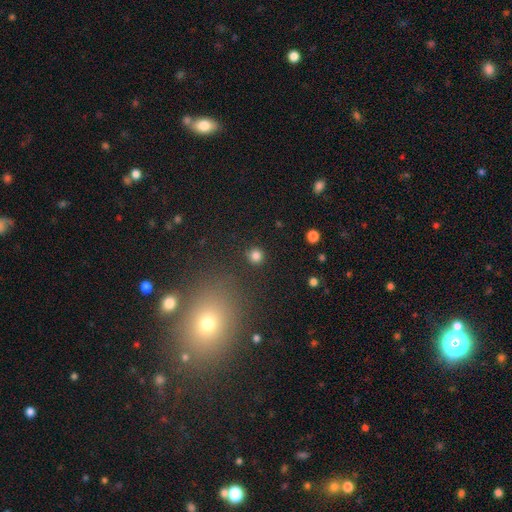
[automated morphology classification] Smooth or featured?
  - smooth: 82% *
  - star or artifact: 13%
  - featured or disk: 4%
How rounded?
  - round: 93% *
  - in between: 6%
  - cigar-shaped: 1%
Merging?
  - none: 89% *
  - minor disturbance: 6%
  - major disturbance: 2%
  - merger: 2%